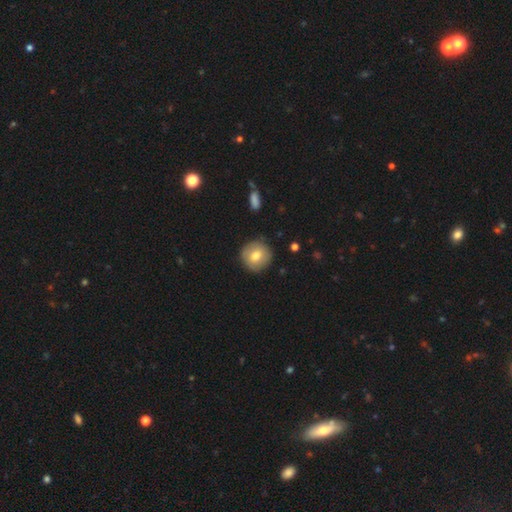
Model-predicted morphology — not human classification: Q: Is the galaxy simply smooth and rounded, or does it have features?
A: smooth — 73%.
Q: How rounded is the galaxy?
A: round — 93%.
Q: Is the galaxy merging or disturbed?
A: none — 87%.